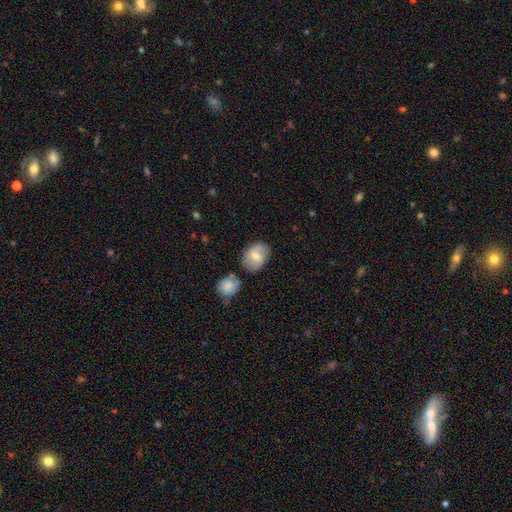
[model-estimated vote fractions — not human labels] smooth_or_featured: smooth (p=0.59) [alt: featured or disk p=0.33]
how_rounded: in between (p=0.71) [alt: round p=0.28]
merging: none (p=0.70) [alt: minor disturbance p=0.19]